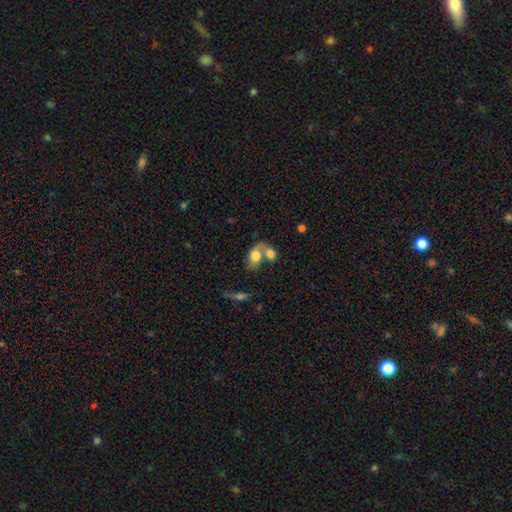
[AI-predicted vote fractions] Smooth or featured? smooth (60%)
How rounded? in between (73%)
Merging? merger (69%)